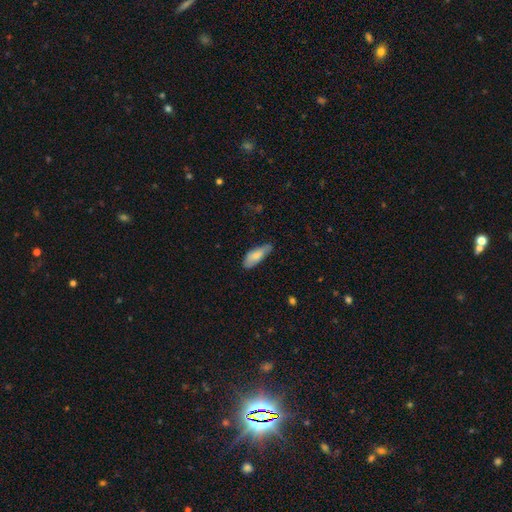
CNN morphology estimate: smooth-or-featured: smooth: 80% | featured or disk: 14% | star or artifact: 6%
  how-rounded: in between: 73% | cigar-shaped: 25% | round: 2%
  merging: none: 56% | minor disturbance: 36% | major disturbance: 7% | merger: 2%